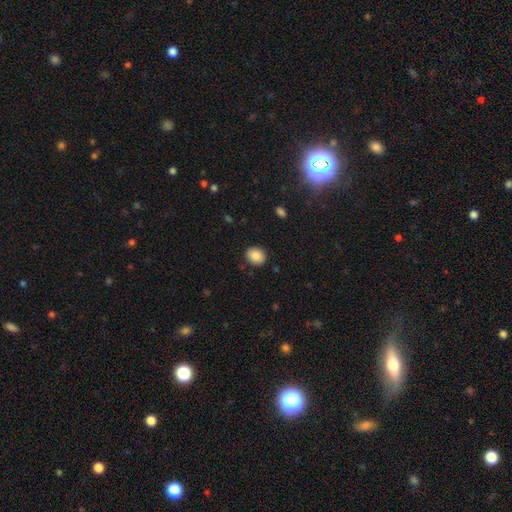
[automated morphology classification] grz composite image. It shows a smooth galaxy with no disk features (87%) that is round (50%). Merging: none (89%).